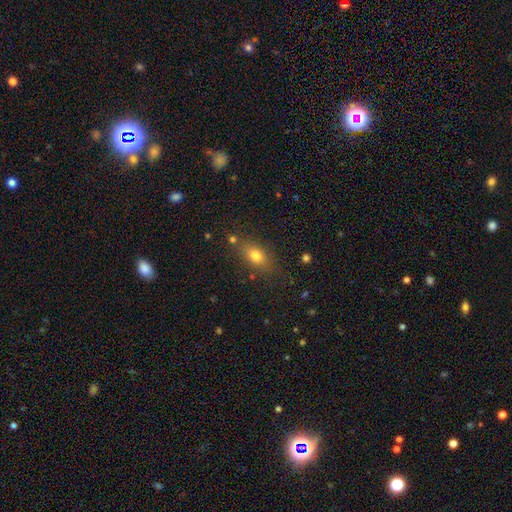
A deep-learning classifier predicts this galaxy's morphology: A smooth galaxy with no disk features (76%) that is in between round and cigar-shaped (78%).

Vote fractions:
- Smooth or featured? smooth: 76% / featured or disk: 12% / star or artifact: 12%
- How rounded? in between: 78% / round: 14% / cigar-shaped: 8%
- Merging? none: 77% / minor disturbance: 13% / merger: 5% / major disturbance: 4%